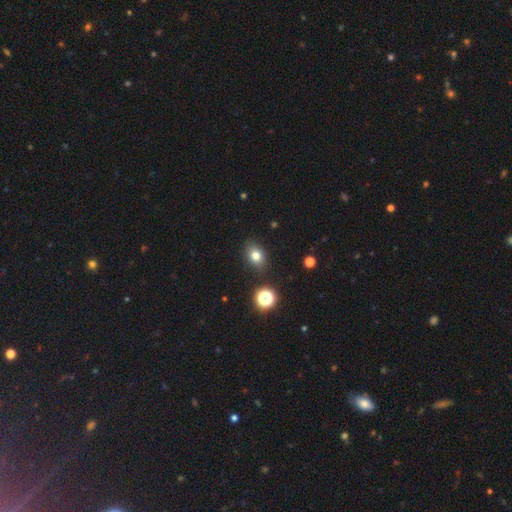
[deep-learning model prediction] Smooth or featured? Predicted: smooth (p=0.76). How rounded? Predicted: in between (p=0.66). Merging? Predicted: none (p=0.86).